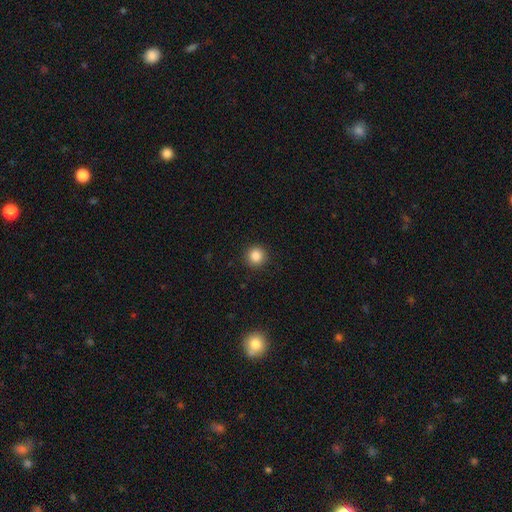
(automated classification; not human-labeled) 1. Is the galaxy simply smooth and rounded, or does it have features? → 86% smooth, 11% star or artifact, 4% featured or disk.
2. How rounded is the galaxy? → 94% round, 5% in between, 1% cigar-shaped.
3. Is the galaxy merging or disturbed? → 91% none, 6% minor disturbance, 2% major disturbance, 1% merger.